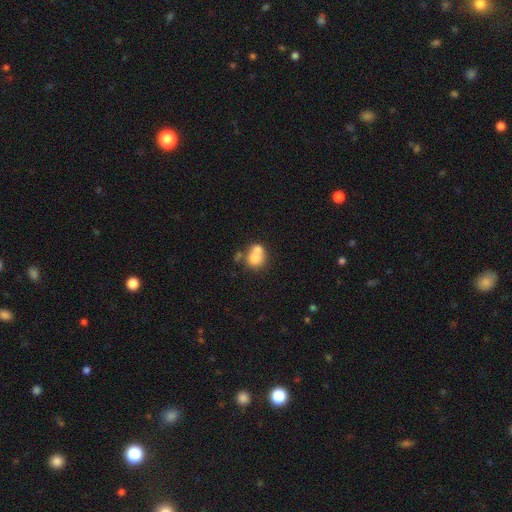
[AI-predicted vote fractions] A smooth galaxy with no disk features (72%) that is round (70%). Merging: merger (55%).